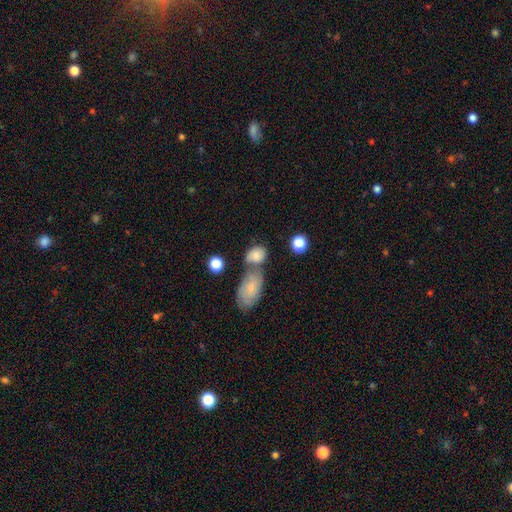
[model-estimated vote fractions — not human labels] Smooth or featured? Predicted: smooth (p=0.74). How rounded? Predicted: in between (p=0.63). Merging? Predicted: merger (p=0.41).